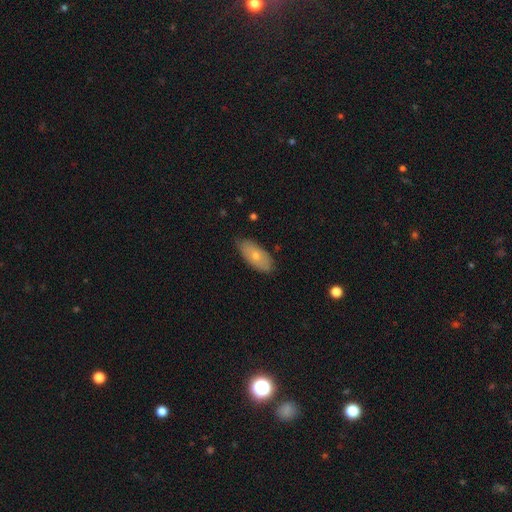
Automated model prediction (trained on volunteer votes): A smooth galaxy with no disk features (68%) that is in between round and cigar-shaped (89%).

Vote fractions:
- Smooth or featured? smooth: 68% / featured or disk: 26% / star or artifact: 6%
- How rounded? in between: 89% / cigar-shaped: 8% / round: 3%
- Merging? none: 78% / minor disturbance: 18% / major disturbance: 3% / merger: 1%